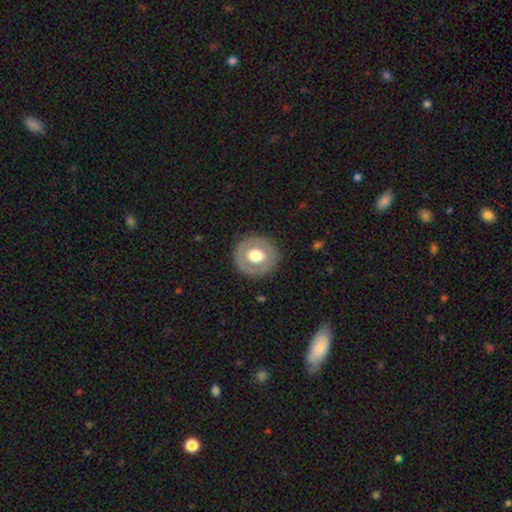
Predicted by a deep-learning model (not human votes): smooth_or_featured: smooth (p=0.53) [alt: featured or disk p=0.41]
how_rounded: round (p=0.90) [alt: in between p=0.09]
merging: none (p=0.87) [alt: minor disturbance p=0.09]